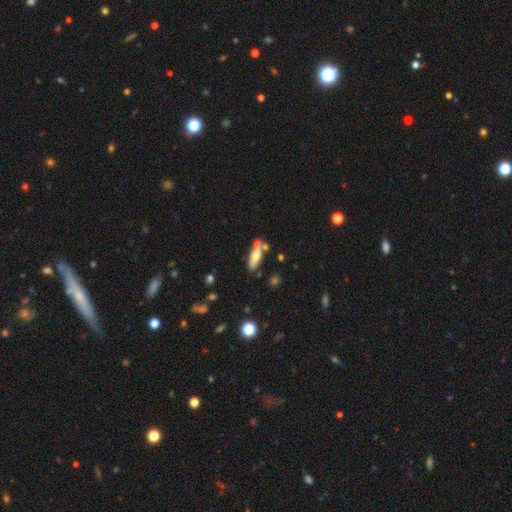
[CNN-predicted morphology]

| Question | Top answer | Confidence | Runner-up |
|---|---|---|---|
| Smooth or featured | smooth | 60% | featured or disk (32%) |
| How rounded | in between | 50% | cigar-shaped (47%) |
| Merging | none | 59% | merger (22%) |